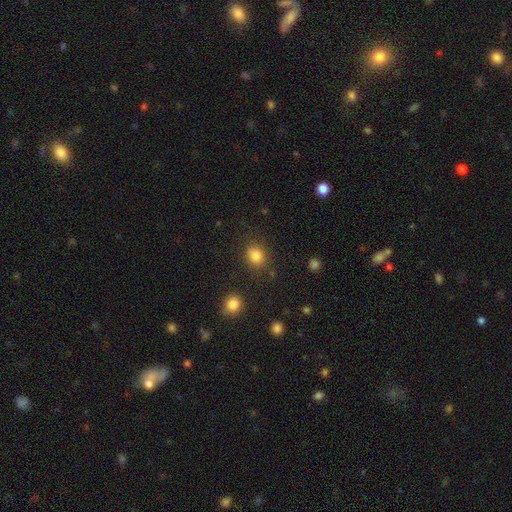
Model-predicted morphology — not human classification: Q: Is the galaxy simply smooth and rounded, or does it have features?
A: smooth — 83%.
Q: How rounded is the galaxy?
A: round — 67%.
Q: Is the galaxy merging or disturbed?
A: none — 80%.